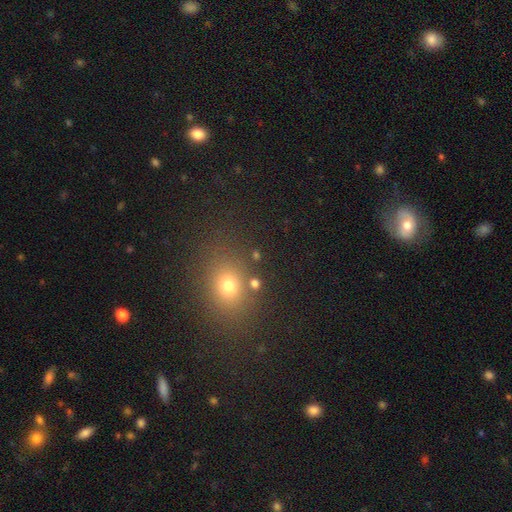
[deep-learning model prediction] Smooth or featured: smooth — 67% (star or artifact — 24%)
How rounded: round — 50% (in between — 48%)
Merging: none — 80% (minor disturbance — 10%)